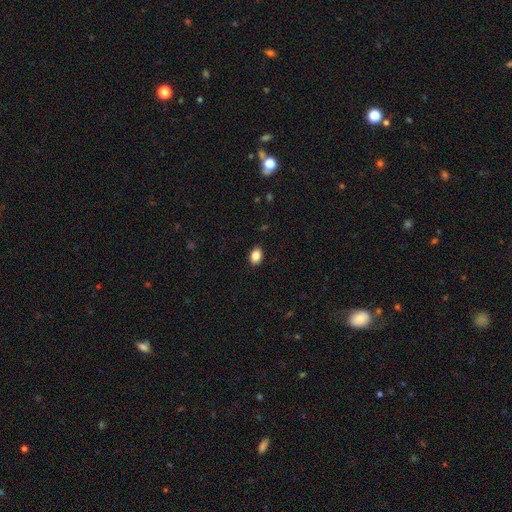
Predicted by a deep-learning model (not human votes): A smooth galaxy with no disk features (86%) that is in between round and cigar-shaped (81%). Merging: none (89%).